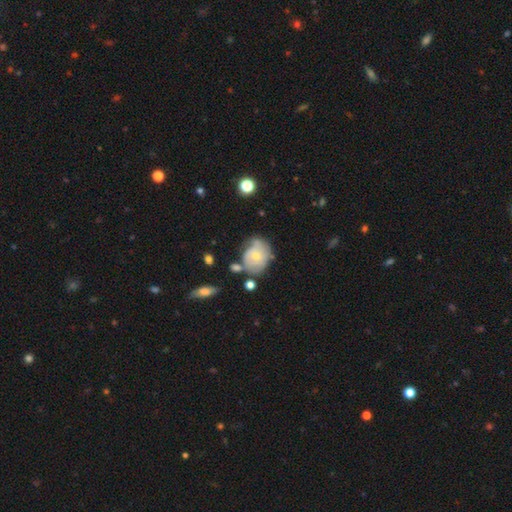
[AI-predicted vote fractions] The model was most divided on "smooth or featured": featured or disk: 51%, smooth: 42%, star or artifact: 7%. Remaining: edge-on disk — no (96%); merging — none (45%).